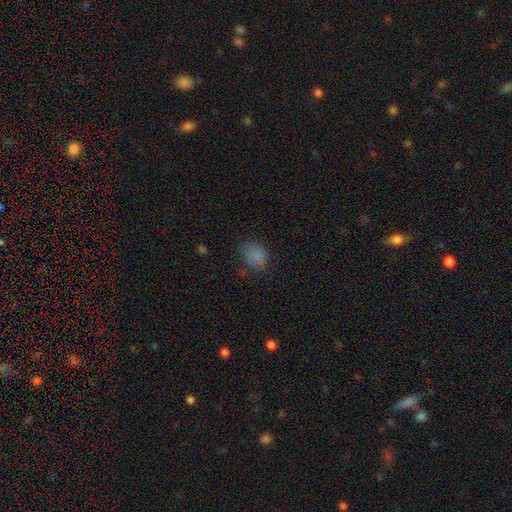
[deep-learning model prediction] Smooth or featured? Predicted: smooth (p=0.80). How rounded? Predicted: round (p=0.57). Merging? Predicted: none (p=0.70).